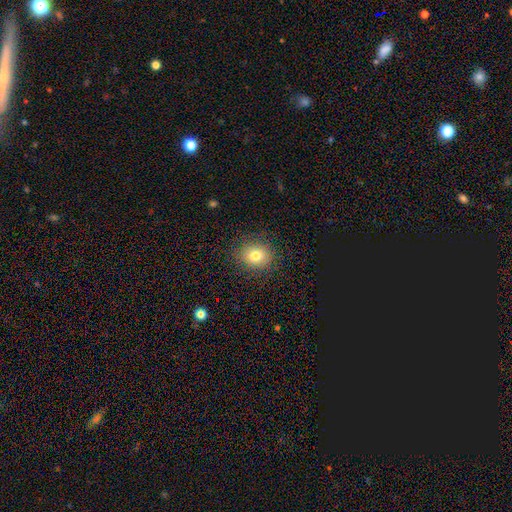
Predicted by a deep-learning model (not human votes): smooth-or-featured: smooth: 79% | star or artifact: 11% | featured or disk: 10%
  how-rounded: round: 70% | in between: 29% | cigar-shaped: 1%
  merging: none: 86% | minor disturbance: 10% | major disturbance: 4% | merger: 1%